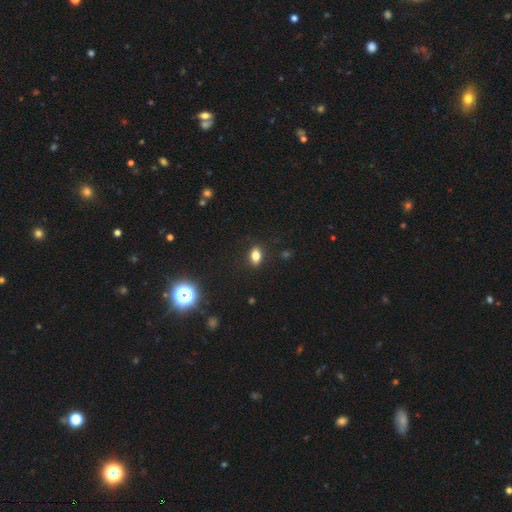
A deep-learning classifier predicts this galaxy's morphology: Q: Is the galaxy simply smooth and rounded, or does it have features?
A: smooth — 77%.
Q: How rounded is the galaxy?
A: in between — 82%.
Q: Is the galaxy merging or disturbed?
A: none — 88%.